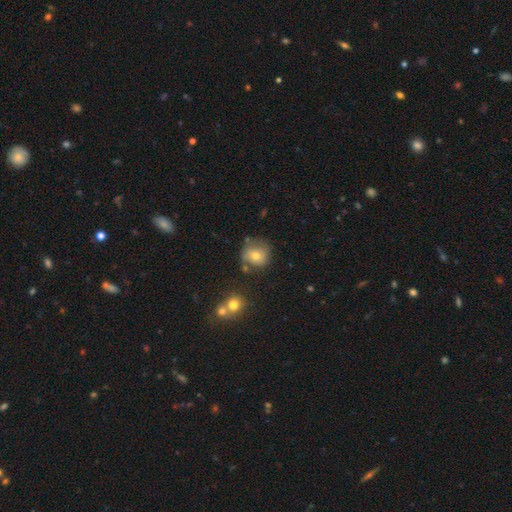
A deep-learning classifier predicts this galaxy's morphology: A smooth galaxy with no disk features (64%) that is round (83%). Merging: none (62%).